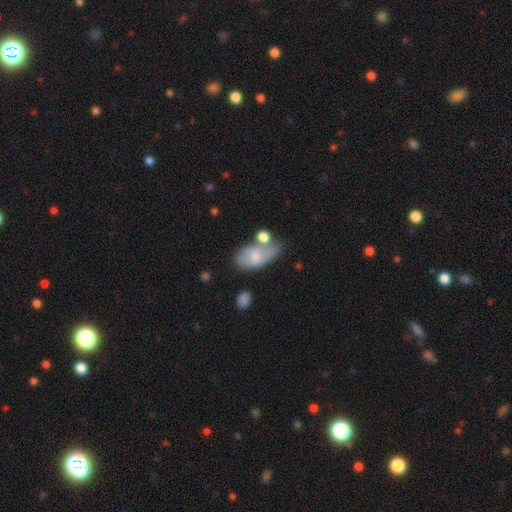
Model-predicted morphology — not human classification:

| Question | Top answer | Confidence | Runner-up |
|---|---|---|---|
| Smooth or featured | smooth | 66% | featured or disk (26%) |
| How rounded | in between | 91% | round (7%) |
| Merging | none | 40% | minor disturbance (25%) |